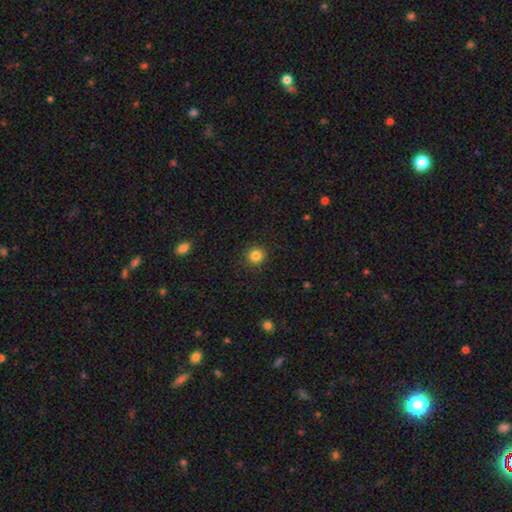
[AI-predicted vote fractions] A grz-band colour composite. It shows a smooth galaxy with no disk features (84%) that is round (94%). Merging: none (91%).